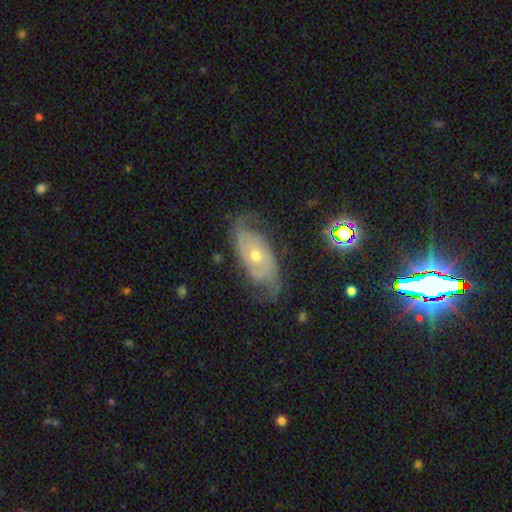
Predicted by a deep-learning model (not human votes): Smooth or featured: featured or disk — 78% (smooth — 14%)
Edge-on disk: no — 92% (yes — 8%)
Bar: no — 76% (weak — 20%)
Spiral arms: yes — 91% (no — 9%)
Spiral winding: medium — 40% (tight — 36%)
Spiral arm count: 2 — 66% (can't tell — 20%)
Bulge size: small — 52% (moderate — 45%)
Merging: none — 64% (minor disturbance — 22%)